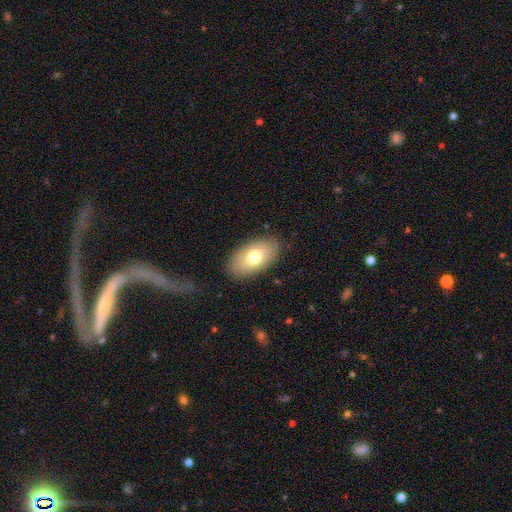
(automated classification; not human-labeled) smooth_or_featured: smooth (p=0.72) [alt: featured or disk p=0.21]
how_rounded: in between (p=0.93) [alt: round p=0.05]
merging: none (p=0.85) [alt: minor disturbance p=0.10]